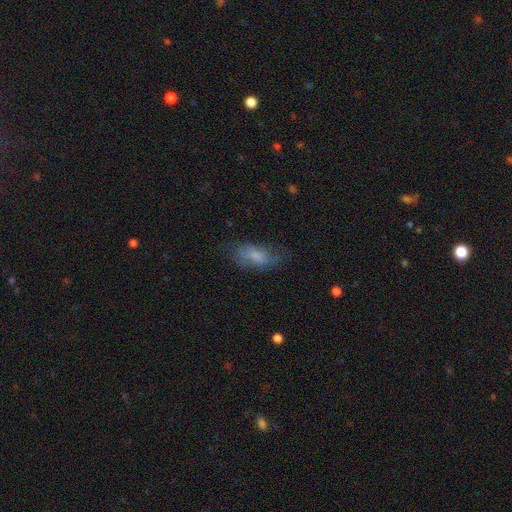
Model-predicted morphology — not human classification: smooth_or_featured: smooth (p=0.57) [alt: featured or disk p=0.34]
how_rounded: in between (p=0.85) [alt: cigar-shaped p=0.11]
merging: none (p=0.54) [alt: minor disturbance p=0.26]